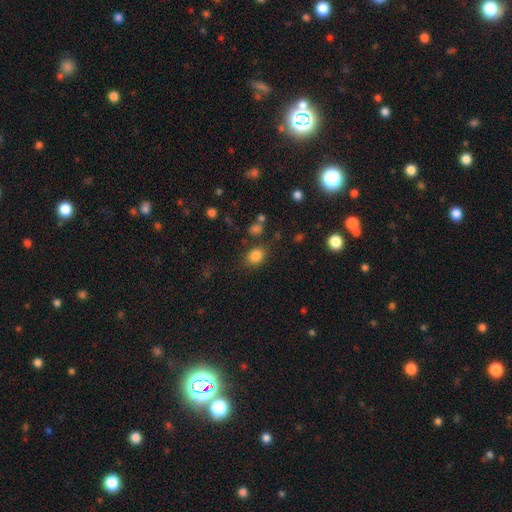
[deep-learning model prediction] Morphology: type=smooth (82%); roundness=in between (55%); merging=none (75%).